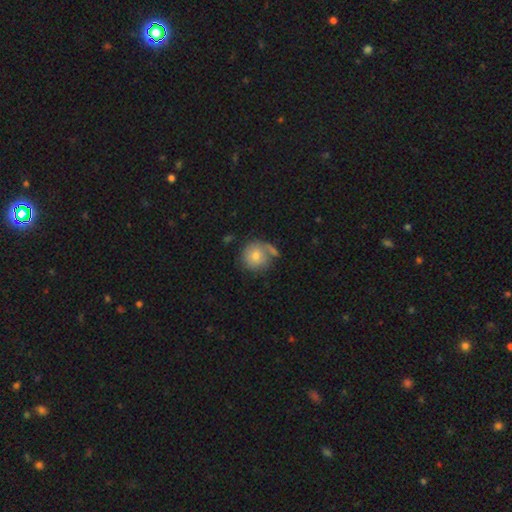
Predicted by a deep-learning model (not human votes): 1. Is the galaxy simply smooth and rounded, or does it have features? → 73% smooth, 19% featured or disk, 8% star or artifact.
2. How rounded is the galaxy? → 91% round, 8% in between, 1% cigar-shaped.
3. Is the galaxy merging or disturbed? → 59% none, 18% merger, 16% minor disturbance, 7% major disturbance.